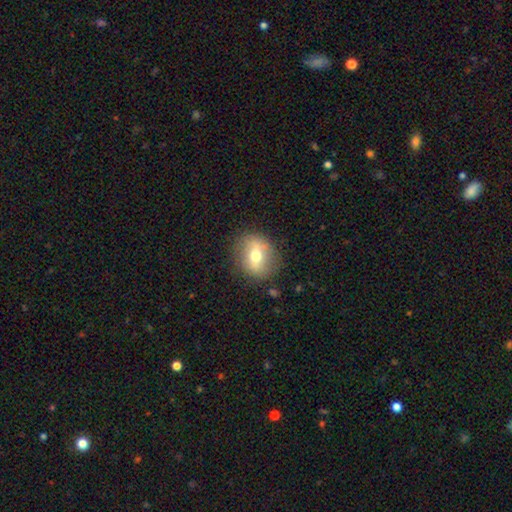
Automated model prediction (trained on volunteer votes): A smooth galaxy with no disk features (56%) that is round (70%).

Vote fractions:
- Smooth or featured? smooth: 56% / featured or disk: 35% / star or artifact: 9%
- How rounded? round: 70% / in between: 29% / cigar-shaped: 2%
- Merging? none: 83% / minor disturbance: 12% / major disturbance: 4% / merger: 1%